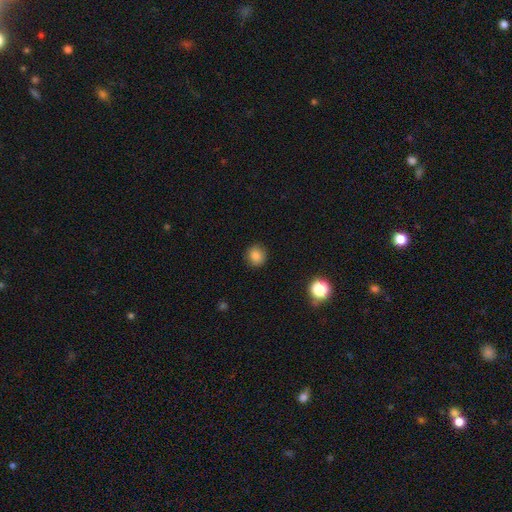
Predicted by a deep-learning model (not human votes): smooth-or-featured: smooth: 84% | star or artifact: 11% | featured or disk: 5%
  how-rounded: round: 89% | in between: 10% | cigar-shaped: 1%
  merging: none: 89% | minor disturbance: 8% | major disturbance: 2% | merger: 1%